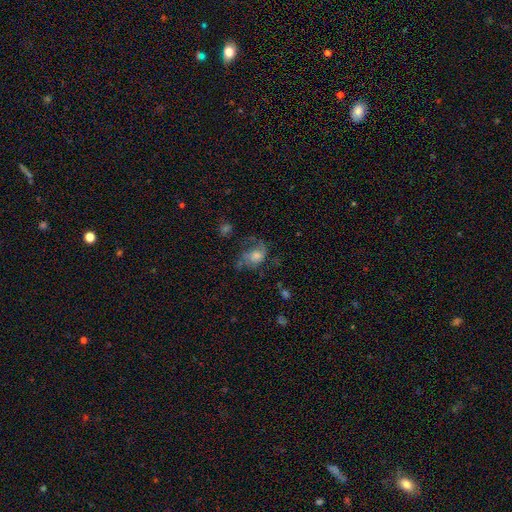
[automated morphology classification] Smooth or featured? featured or disk (57%)
Edge-on disk? no (97%)
Bar? no (74%)
Spiral arms? yes (77%)
Bulge size? moderate (48%)
Merging? none (46%)